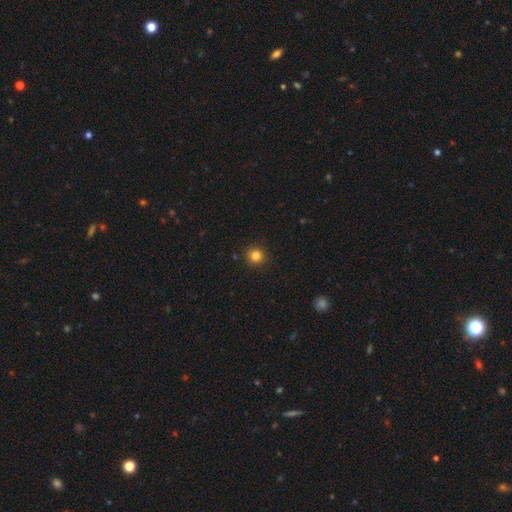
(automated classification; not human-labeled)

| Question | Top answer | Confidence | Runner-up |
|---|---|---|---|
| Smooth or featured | smooth | 82% | star or artifact (13%) |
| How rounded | round | 93% | in between (6%) |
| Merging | none | 91% | minor disturbance (6%) |